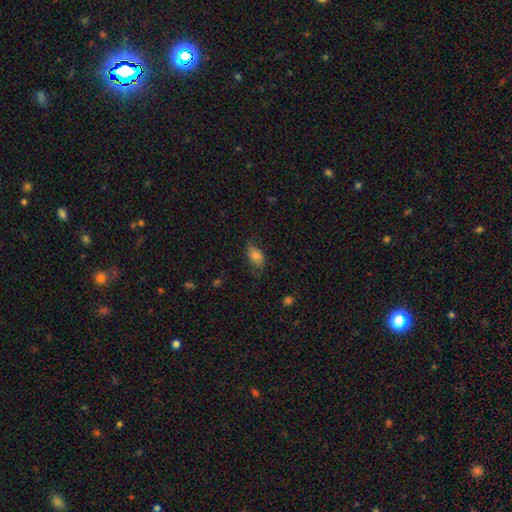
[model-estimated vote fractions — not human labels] The model was most divided on "merging": none: 62%, minor disturbance: 25%, major disturbance: 11%, merger: 1%. More confident: how rounded — in between (88%); smooth or featured — smooth (71%).